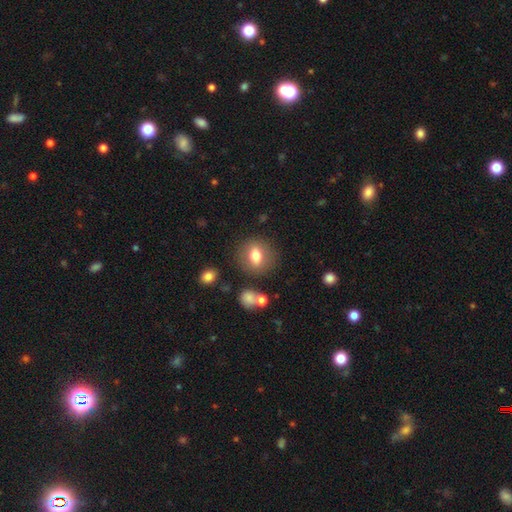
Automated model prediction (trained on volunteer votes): Overall: smooth (72%). How rounded: round (61%; in between 37%). Merging: none (81%).